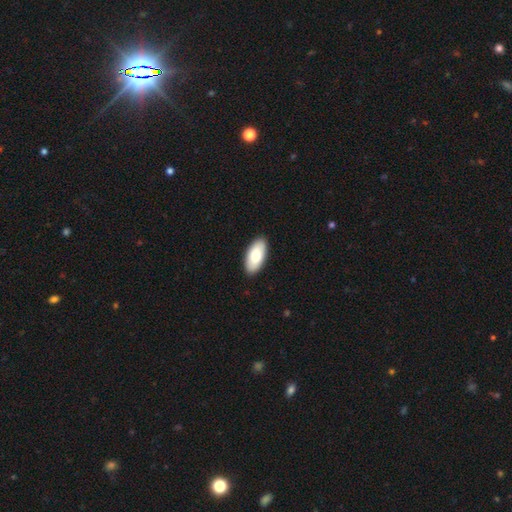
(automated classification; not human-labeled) Morphology: type=smooth (81%); roundness=in between (93%); merging=none (91%).